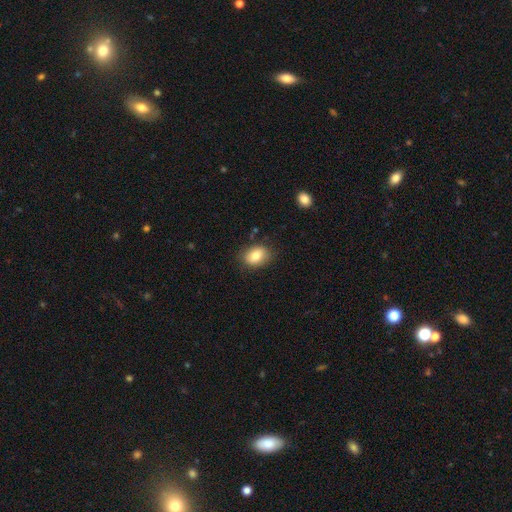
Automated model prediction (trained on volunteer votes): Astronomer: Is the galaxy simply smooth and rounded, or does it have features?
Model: smooth — 79%.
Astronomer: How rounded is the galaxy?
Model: in between — 67%.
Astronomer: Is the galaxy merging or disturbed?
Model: none — 81%.